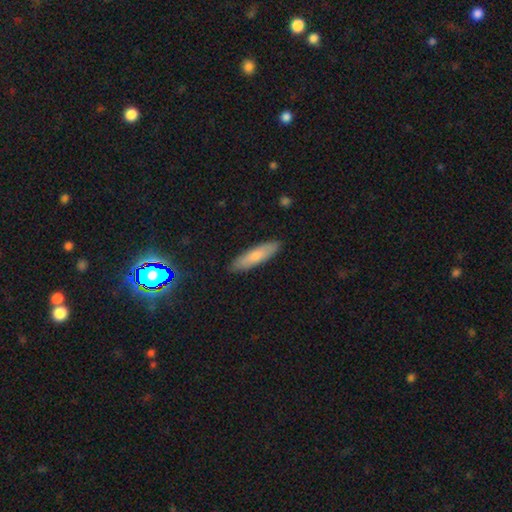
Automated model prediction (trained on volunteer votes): smooth_or_featured: smooth (p=0.74) [alt: featured or disk p=0.20]
how_rounded: cigar-shaped (p=0.74) [alt: in between p=0.24]
merging: none (p=0.89) [alt: minor disturbance p=0.08]